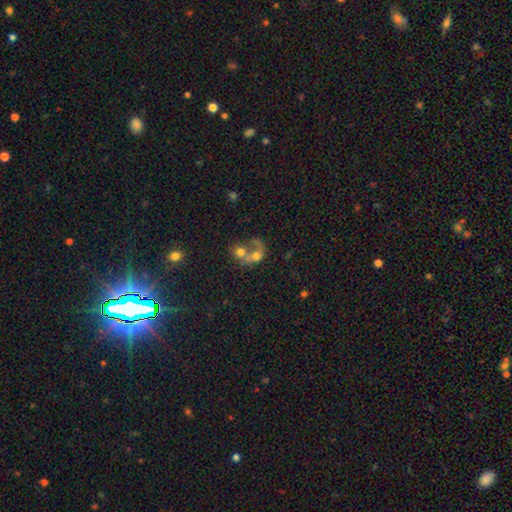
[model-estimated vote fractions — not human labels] Q: Smooth or featured?
A: smooth (52%); runner-up: featured or disk (35%)
Q: How rounded?
A: round (57%); runner-up: in between (41%)
Q: Merging?
A: merger (68%); runner-up: none (14%)